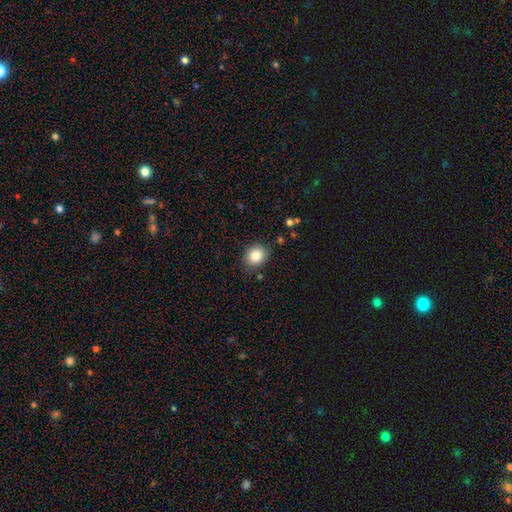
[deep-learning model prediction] smooth-or-featured: smooth: 84% | star or artifact: 10% | featured or disk: 7%
  how-rounded: round: 66% | in between: 33% | cigar-shaped: 1%
  merging: none: 85% | minor disturbance: 11% | major disturbance: 3% | merger: 2%